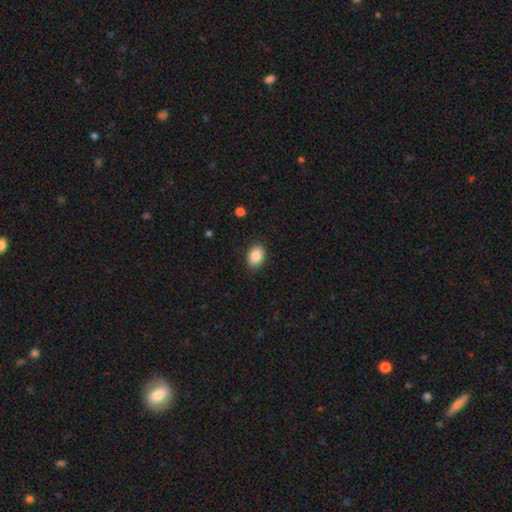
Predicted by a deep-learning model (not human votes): Smooth or featured? Predicted: smooth (p=0.87). How rounded? Predicted: in between (p=0.79). Merging? Predicted: none (p=0.87).